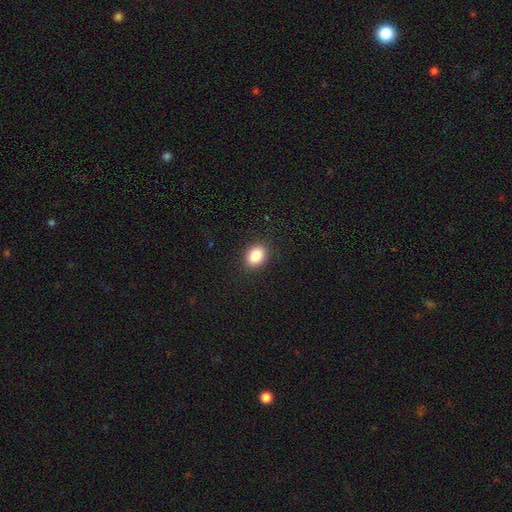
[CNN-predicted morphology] Overall: smooth (86%). How rounded: in between (66%; round 33%). Merging: none (89%).